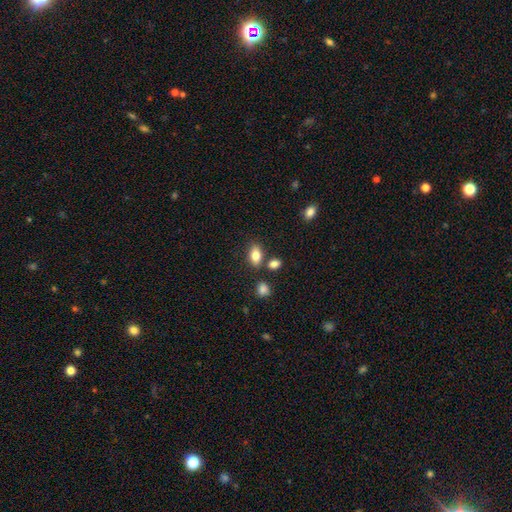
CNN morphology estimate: A smooth galaxy with no disk features (82%) that is in between round and cigar-shaped (87%). Merging: none (75%).